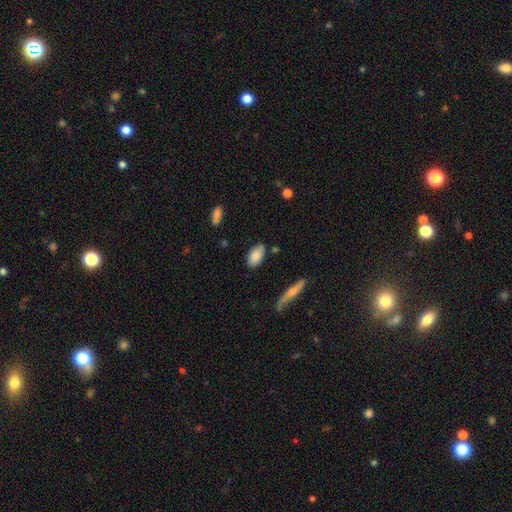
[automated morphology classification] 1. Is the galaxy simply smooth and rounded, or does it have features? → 85% smooth, 8% featured or disk, 7% star or artifact.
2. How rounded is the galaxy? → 93% in between, 4% cigar-shaped, 3% round.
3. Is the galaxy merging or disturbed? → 80% none, 14% minor disturbance, 3% major disturbance, 3% merger.